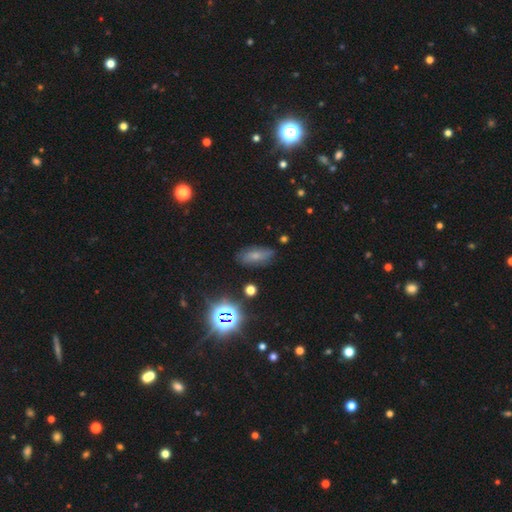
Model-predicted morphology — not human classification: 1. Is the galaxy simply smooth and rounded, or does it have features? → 56% smooth, 25% featured or disk, 19% star or artifact.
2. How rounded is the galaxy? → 80% in between, 15% cigar-shaped, 6% round.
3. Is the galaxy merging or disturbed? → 77% none, 16% minor disturbance, 4% major disturbance, 2% merger.